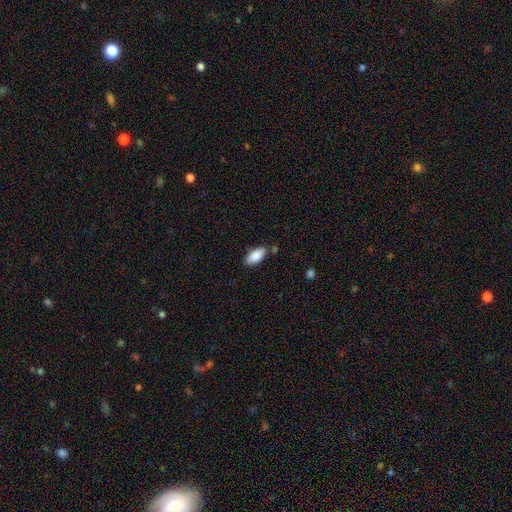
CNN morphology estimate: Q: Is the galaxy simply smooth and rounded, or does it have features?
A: smooth — 87%.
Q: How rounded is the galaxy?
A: in between — 90%.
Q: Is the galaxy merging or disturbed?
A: none — 80%.